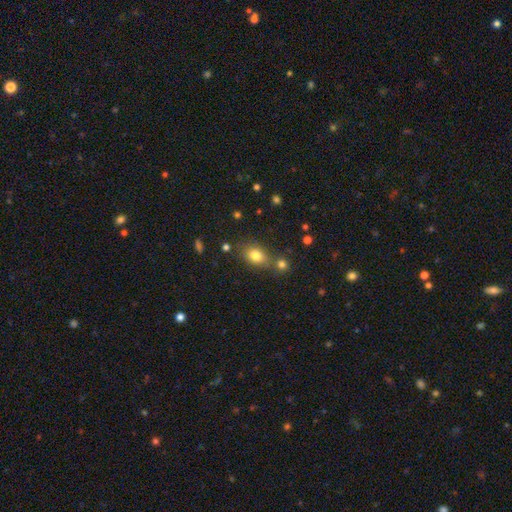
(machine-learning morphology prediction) A smooth galaxy with no disk features (78%) that is in between round and cigar-shaped (66%). Merging: none (63%).